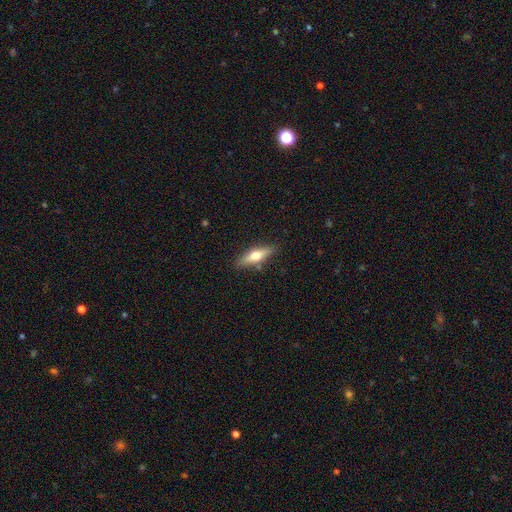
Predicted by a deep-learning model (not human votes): Q: Smooth or featured?
A: smooth (55%); runner-up: featured or disk (39%)
Q: How rounded?
A: cigar-shaped (58%); runner-up: in between (40%)
Q: Merging?
A: none (84%); runner-up: minor disturbance (11%)